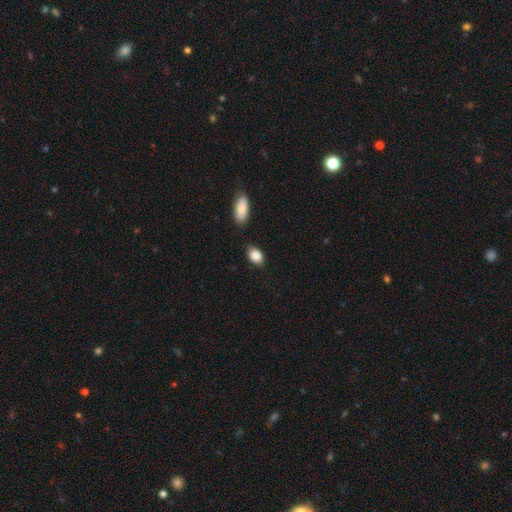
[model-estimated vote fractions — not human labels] smooth_or_featured: smooth (p=0.87) [alt: star or artifact p=0.07]
how_rounded: in between (p=0.86) [alt: round p=0.12]
merging: none (p=0.76) [alt: minor disturbance p=0.16]